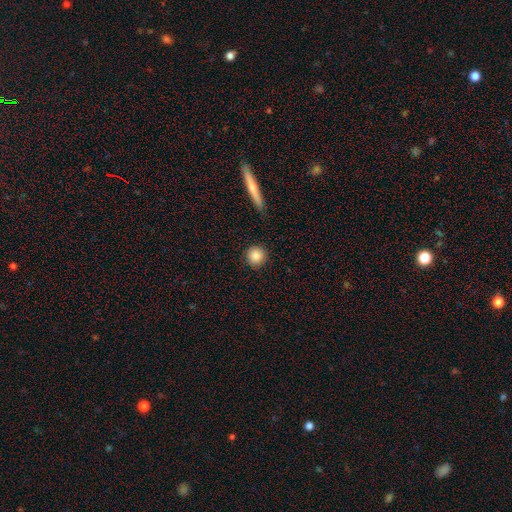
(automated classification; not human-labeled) The model was most divided on "smooth or featured": smooth: 88%, star or artifact: 8%, featured or disk: 4%. More confident: how rounded — round (93%); merging — none (88%).